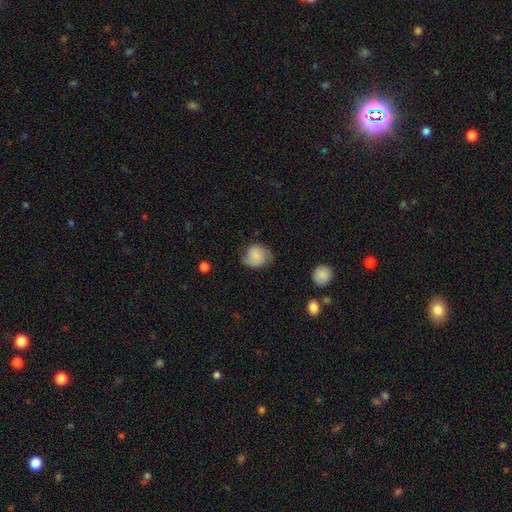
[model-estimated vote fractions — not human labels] smooth 64%, featured or disk 27%, star or artifact 9%. Down the decision tree: how rounded — round (69%); merging — none (59%).